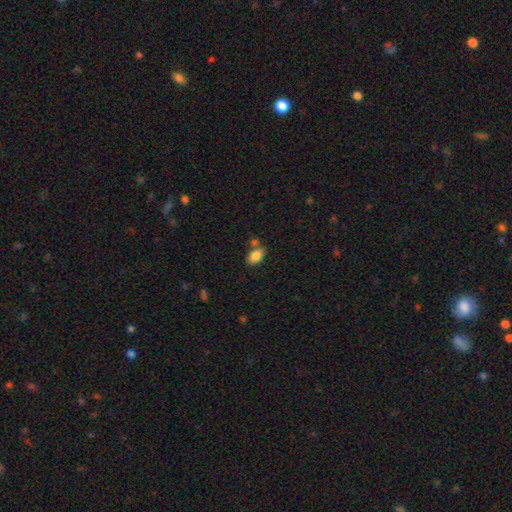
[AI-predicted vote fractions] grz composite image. It shows a smooth galaxy with no disk features (85%) that is in between round and cigar-shaped (88%). Merging: none (64%).